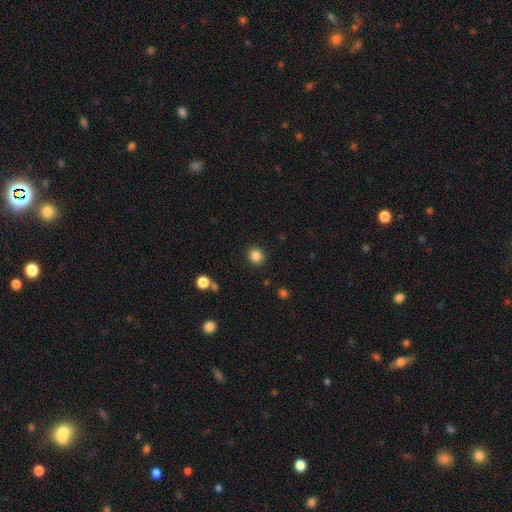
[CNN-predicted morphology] smooth-or-featured: smooth: 85% | star or artifact: 11% | featured or disk: 4%
  how-rounded: round: 86% | in between: 13% | cigar-shaped: 1%
  merging: none: 90% | minor disturbance: 6% | major disturbance: 2% | merger: 2%